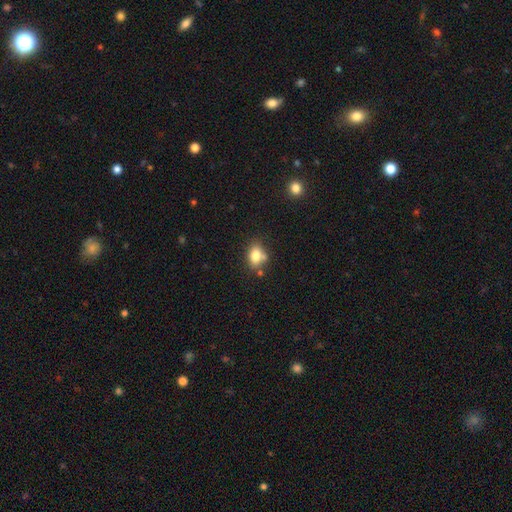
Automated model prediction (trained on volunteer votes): This is likely a smooth galaxy (79%). How rounded: likely in between (68%). Merging: likely none (63%).